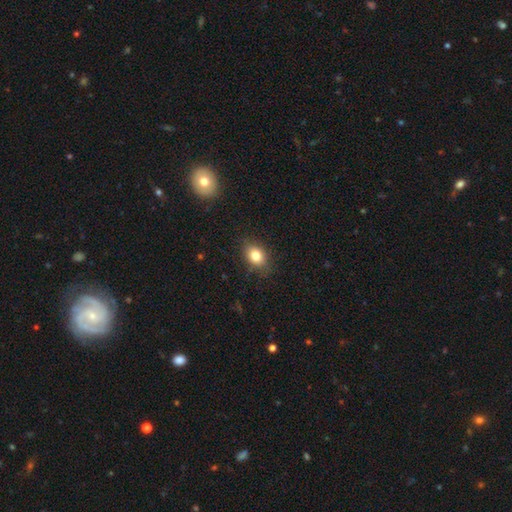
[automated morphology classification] A smooth galaxy with no disk features (81%) that is in between round and cigar-shaped (66%). Merging: none (81%).